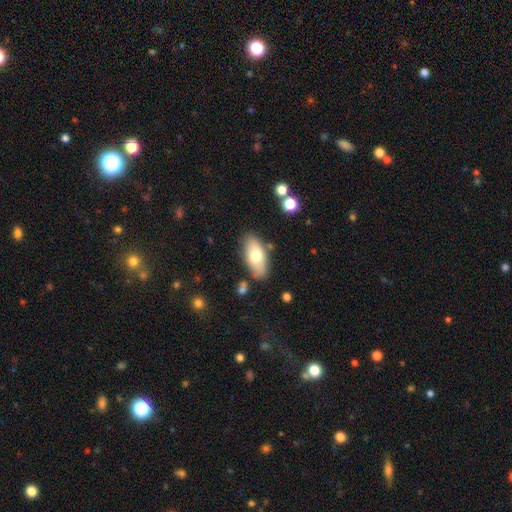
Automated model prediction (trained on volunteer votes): A smooth galaxy with no disk features (69%) that is in between round and cigar-shaped (89%). Merging: none (81%).